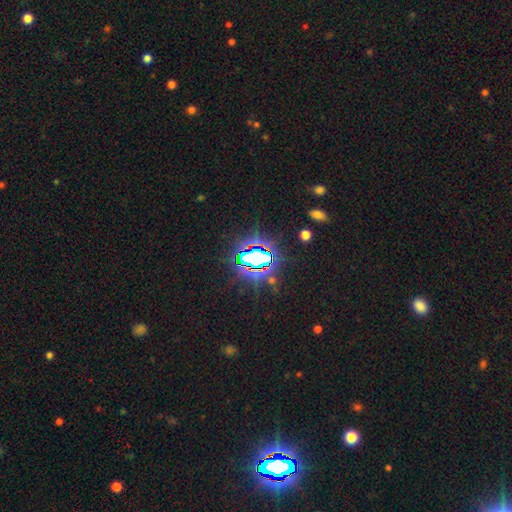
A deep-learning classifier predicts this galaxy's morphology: Smooth or featured? Predicted: star or artifact (p=0.71).